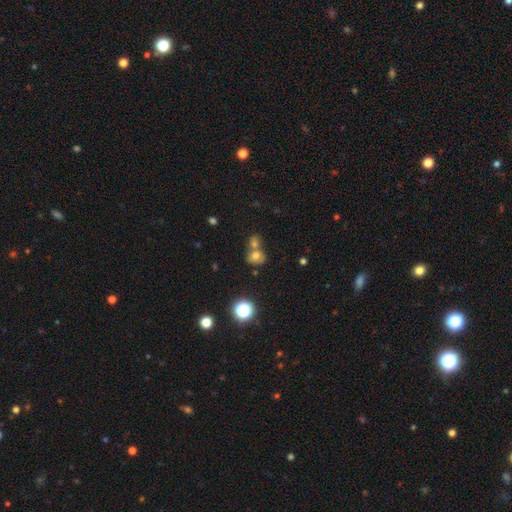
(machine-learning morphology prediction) smooth-or-featured: smooth: 67% | featured or disk: 16% | star or artifact: 16%
  how-rounded: round: 64% | in between: 35% | cigar-shaped: 1%
  merging: merger: 52% | none: 36% | minor disturbance: 9% | major disturbance: 4%